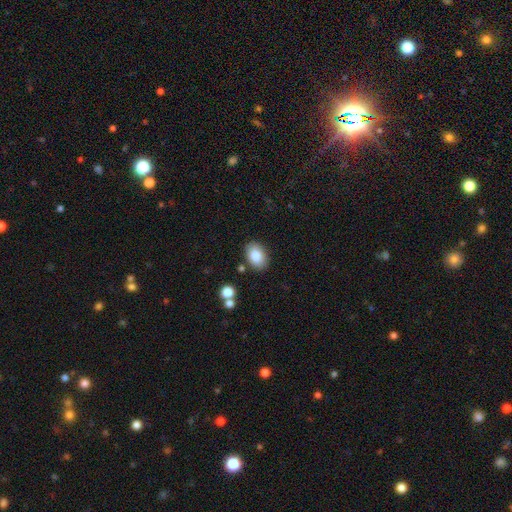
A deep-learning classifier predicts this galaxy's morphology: smooth_or_featured: smooth (p=0.83) [alt: featured or disk p=0.09]
how_rounded: in between (p=0.84) [alt: round p=0.15]
merging: none (p=0.84) [alt: minor disturbance p=0.10]